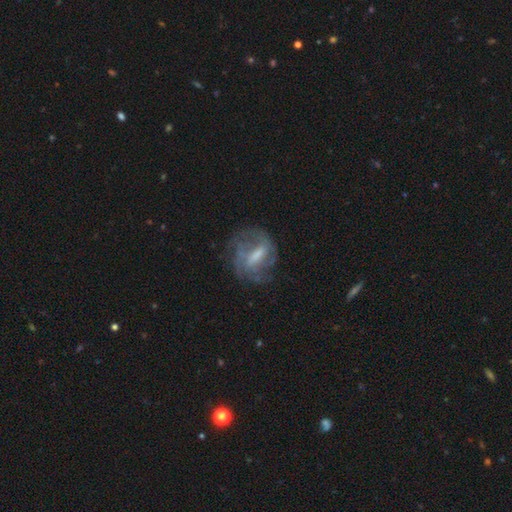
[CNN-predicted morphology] A featured or disk galaxy (70%) with a weak bar (45%), tight (42%) spiral arms (77%) and a moderate central bulge (37%).

Vote fractions:
- Smooth or featured? featured or disk: 70% / smooth: 21% / star or artifact: 8%
- Edge-on disk? no: 94% / yes: 6%
- Bar? weak: 45% / strong: 38% / no: 17%
- Spiral arms? yes: 77% / no: 23%
- Spiral winding? tight: 42% / medium: 39% / loose: 19%
- Spiral arm count? can't tell: 43% / 2: 28% / 3: 15% / 4: 7% / 1: 5% / more than 4: 3%
- Bulge size? moderate: 37% / small: 27% / none: 23% / large: 11% / dominant: 1%
- Merging? none: 60% / minor disturbance: 20% / major disturbance: 18% / merger: 2%